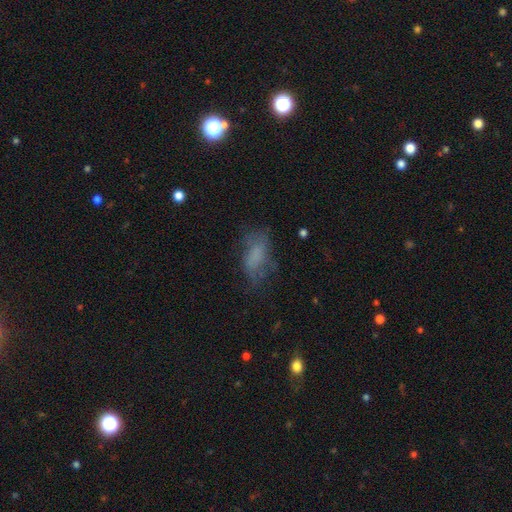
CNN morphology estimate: Smooth or featured? smooth (61%)
How rounded? in between (87%)
Merging? none (51%)